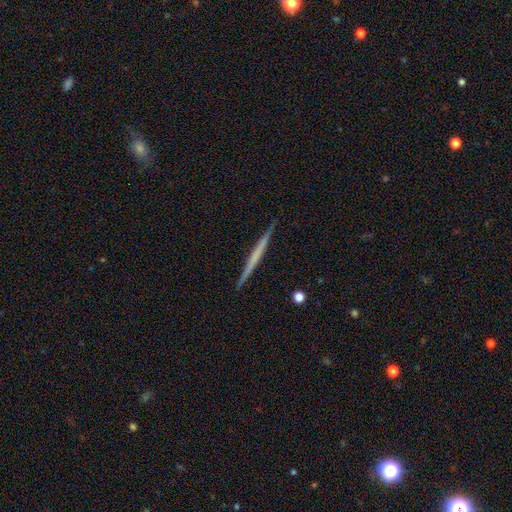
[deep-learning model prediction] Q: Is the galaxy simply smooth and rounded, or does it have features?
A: featured or disk — 57%.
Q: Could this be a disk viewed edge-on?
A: yes — 98%.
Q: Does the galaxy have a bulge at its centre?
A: none — 89%.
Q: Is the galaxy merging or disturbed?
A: none — 91%.